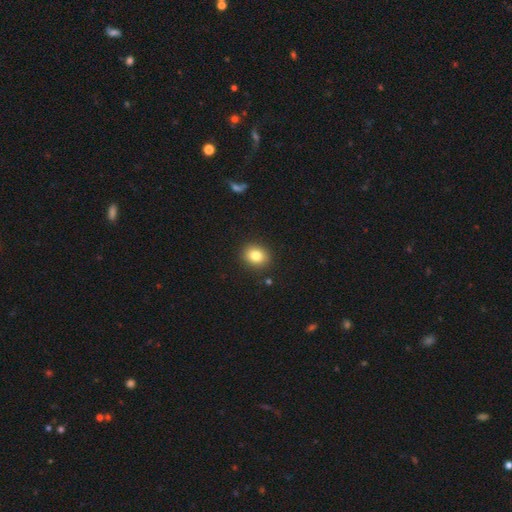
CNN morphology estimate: A smooth galaxy with no disk features (82%) that is round (59%). Merging: none (90%).